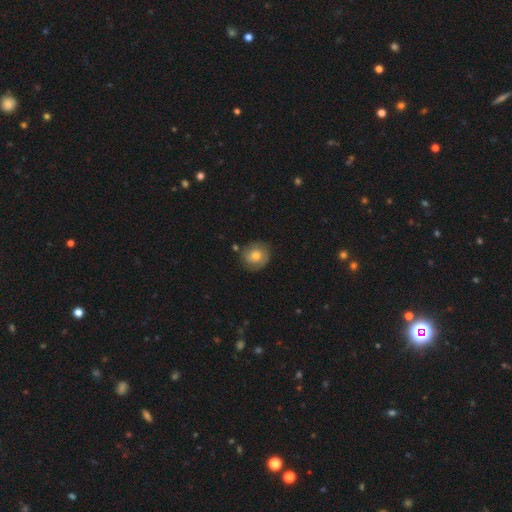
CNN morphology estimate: smooth-or-featured: smooth: 68% | featured or disk: 24% | star or artifact: 8%
  how-rounded: round: 87% | in between: 12% | cigar-shaped: 1%
  merging: none: 79% | minor disturbance: 15% | major disturbance: 4% | merger: 3%